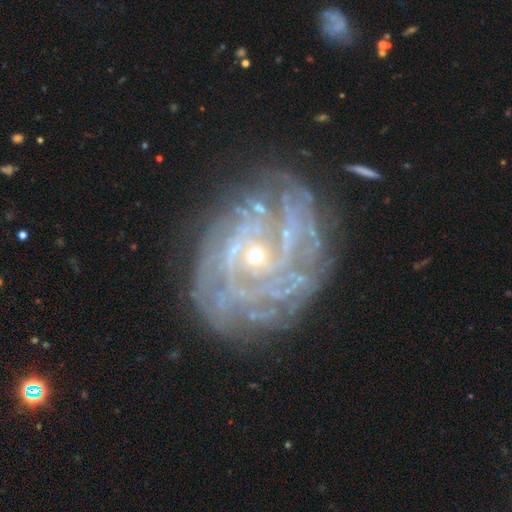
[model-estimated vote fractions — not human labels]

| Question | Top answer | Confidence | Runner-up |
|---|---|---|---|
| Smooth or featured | featured or disk | 87% | star or artifact (7%) |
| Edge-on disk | no | 97% | yes (3%) |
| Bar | no | 62% | weak (27%) |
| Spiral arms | yes | 94% | no (6%) |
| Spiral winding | tight | 78% | medium (17%) |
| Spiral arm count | can't tell | 35% | more than 4 (21%) |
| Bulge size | small | 67% | moderate (30%) |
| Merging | none | 75% | minor disturbance (16%) |